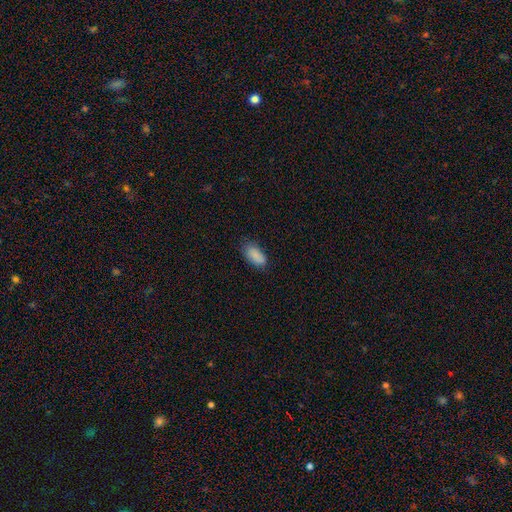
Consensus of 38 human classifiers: Smooth or featured: smooth — 87% (featured or disk — 8%)
How rounded: in between — 100%
Merging: none — 69% (minor disturbance — 22%)